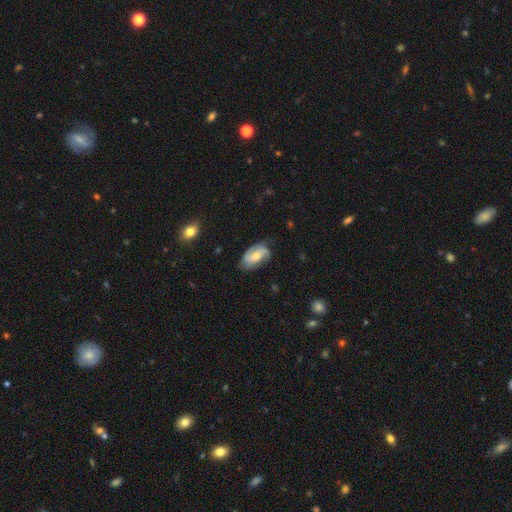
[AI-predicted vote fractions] The model was most divided on "spiral winding": medium: 42%, tight: 32%, loose: 26%. Remaining: edge-on disk — no (95%); spiral arms — yes (90%); smooth or featured — featured or disk (67%); spiral arm count — 2 (63%); merging — none (61%); bulge size — moderate (57%); bar — no (50%).